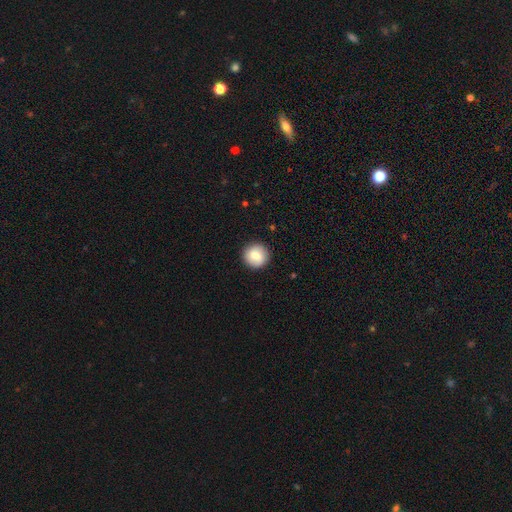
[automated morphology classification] smooth-or-featured: smooth: 83% | featured or disk: 10% | star or artifact: 7%
  how-rounded: round: 94% | in between: 5% | cigar-shaped: 1%
  merging: none: 90% | minor disturbance: 7% | major disturbance: 2% | merger: 1%